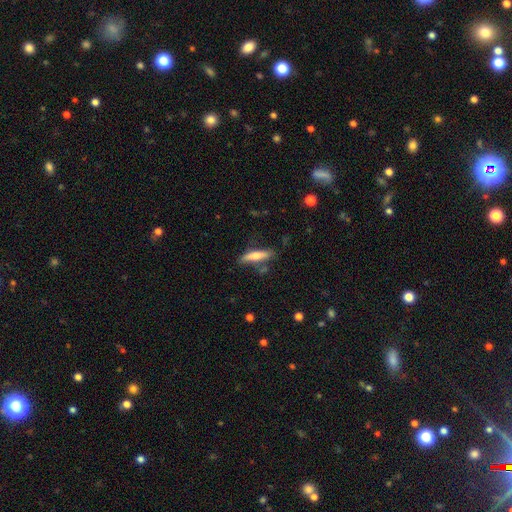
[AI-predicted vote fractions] The model was most divided on "smooth or featured": smooth: 64%, featured or disk: 29%, star or artifact: 6%. More confident: how rounded — cigar-shaped (79%); merging — none (71%).